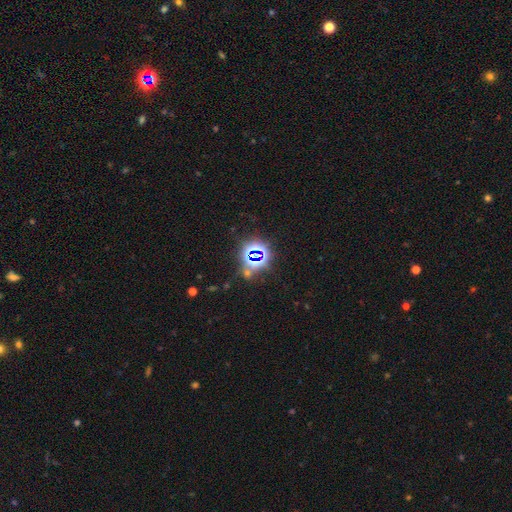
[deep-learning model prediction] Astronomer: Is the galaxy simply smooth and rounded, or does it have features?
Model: star or artifact — 75%.